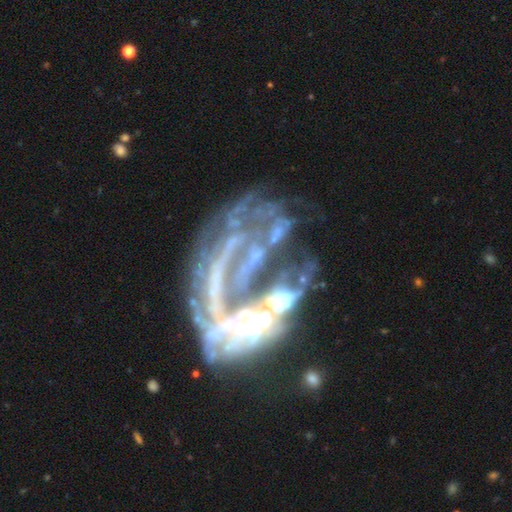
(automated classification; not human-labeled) Smooth or featured? Predicted: featured or disk (p=0.68). Edge-on disk? Predicted: no (p=0.95). Bar? Predicted: no (p=0.65). Spiral arms? Predicted: no (p=0.65). Bulge size? Predicted: none (p=0.55). Merging? Predicted: major disturbance (p=0.40).